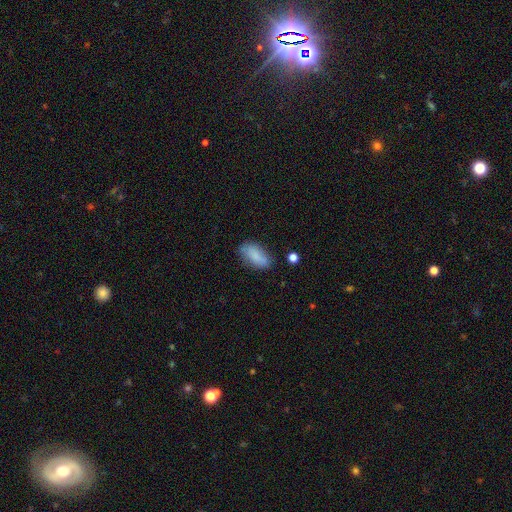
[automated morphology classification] This appears to be a smooth galaxy with no disk features (83%) that is in between round and cigar-shaped (87%). Merging: none (69%).